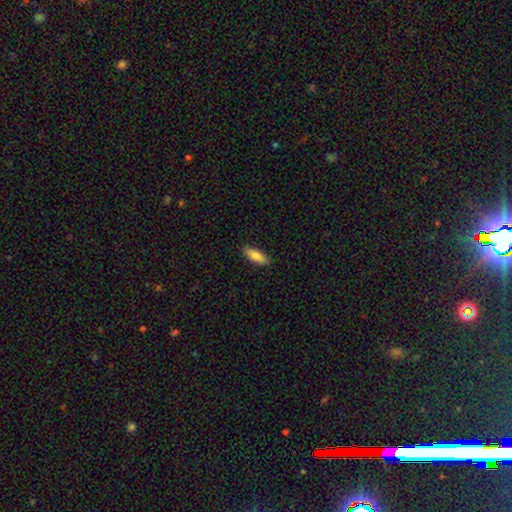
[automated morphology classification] This is likely a smooth galaxy (79%). How rounded: likely in between (65%). Merging: clearly none (89%).